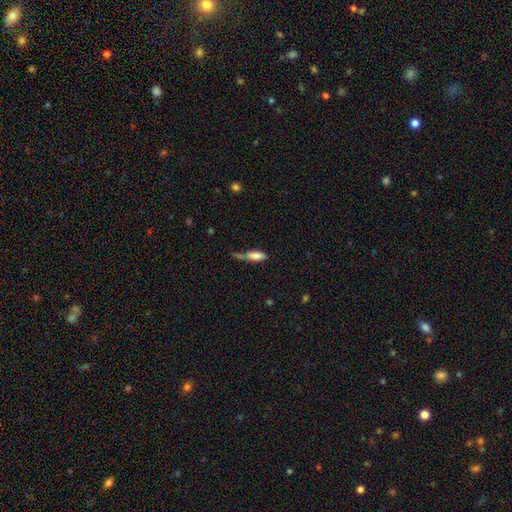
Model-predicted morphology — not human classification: This appears to be a smooth galaxy with no disk features (78%) that is in between round and cigar-shaped (67%). Merging: minor disturbance (32%, tied with none).